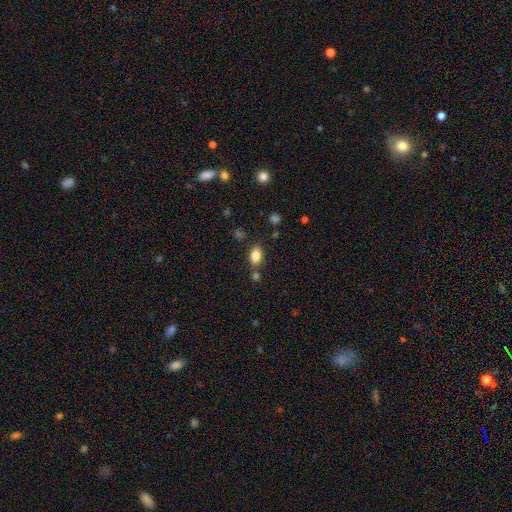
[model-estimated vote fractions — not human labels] This is clearly a smooth galaxy (83%). How rounded: clearly in between (85%). Merging: likely none (75%).